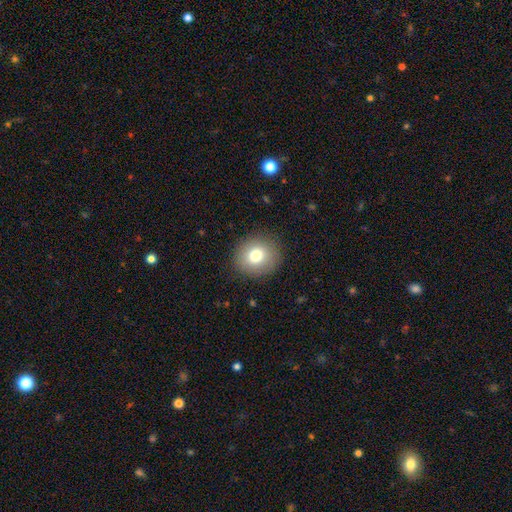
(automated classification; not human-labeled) Smooth or featured: smooth — 78% (featured or disk — 12%)
How rounded: round — 83% (in between — 16%)
Merging: none — 89% (minor disturbance — 8%)